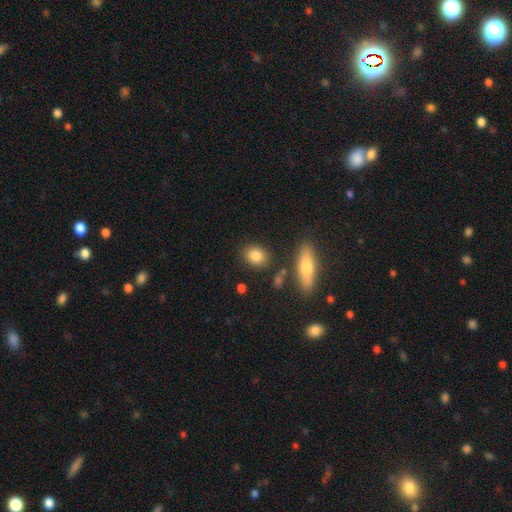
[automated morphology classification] A smooth galaxy with no disk features (85%) that is in between round and cigar-shaped (60%).

Vote fractions:
- Smooth or featured? smooth: 85% / star or artifact: 8% / featured or disk: 8%
- How rounded? in between: 60% / round: 37% / cigar-shaped: 3%
- Merging? none: 83% / minor disturbance: 10% / merger: 4% / major disturbance: 3%